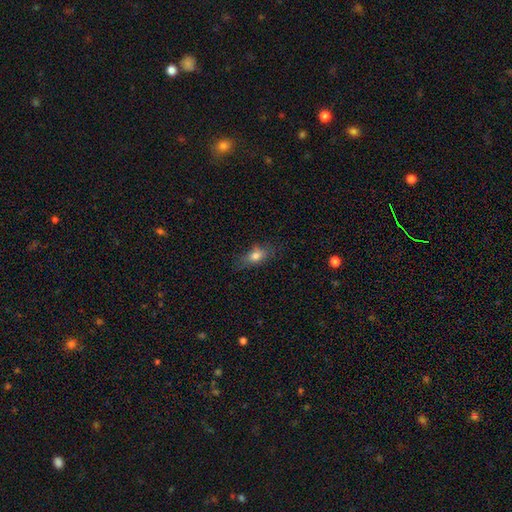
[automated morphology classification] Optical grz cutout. It shows a smooth galaxy with no disk features (75%) that is in between round and cigar-shaped (76%). Merging: none (67%).